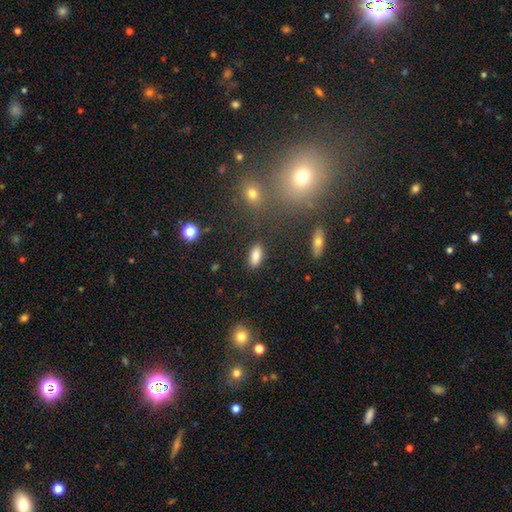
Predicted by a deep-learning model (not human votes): This is clearly a smooth galaxy (84%). How rounded: clearly in between (87%). Merging: clearly none (86%).